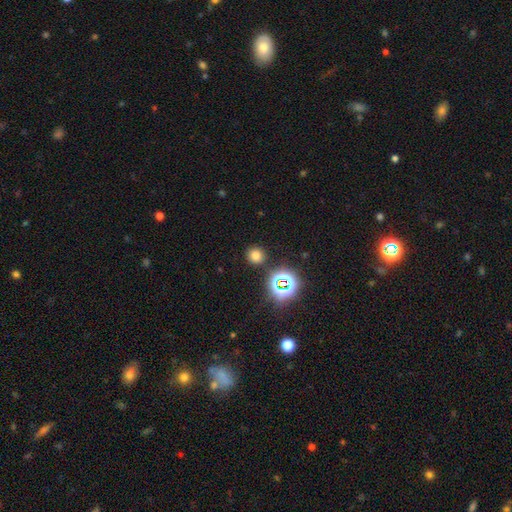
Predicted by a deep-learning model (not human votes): Smooth or featured? Predicted: smooth (p=0.70). How rounded? Predicted: round (p=0.89). Merging? Predicted: none (p=0.86).